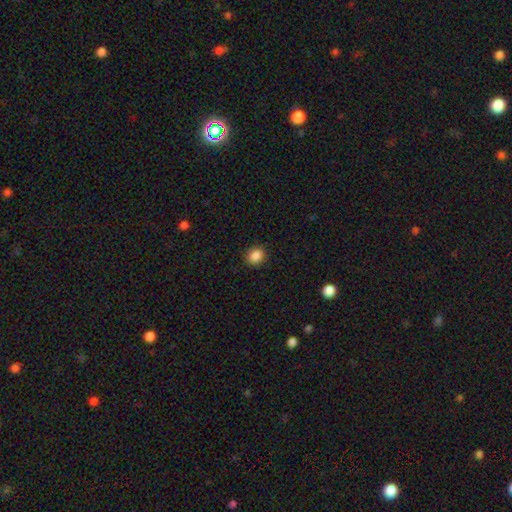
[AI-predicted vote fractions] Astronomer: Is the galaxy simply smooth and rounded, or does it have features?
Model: smooth — 87%.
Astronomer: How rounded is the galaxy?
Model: round — 70%.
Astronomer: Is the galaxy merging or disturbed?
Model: none — 90%.